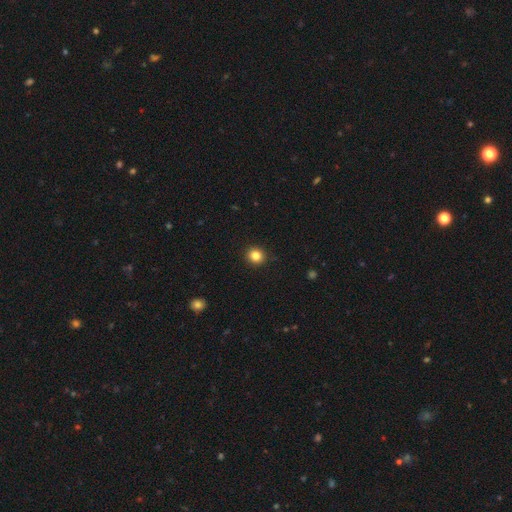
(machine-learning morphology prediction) This is clearly a smooth galaxy (84%). How rounded: clearly round (89%). Merging: clearly none (92%).